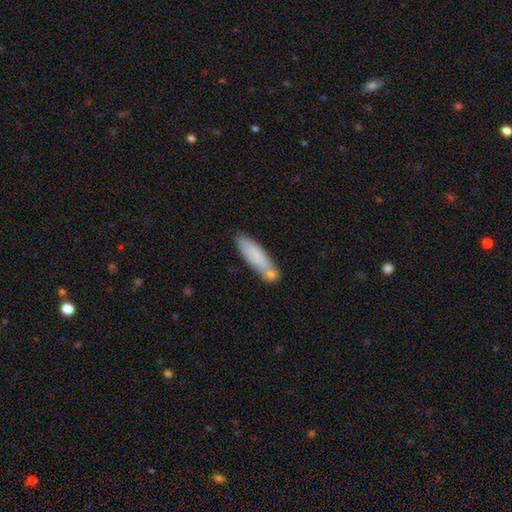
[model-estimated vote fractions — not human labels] Q: Smooth or featured?
A: smooth (77%); runner-up: featured or disk (16%)
Q: How rounded?
A: cigar-shaped (66%); runner-up: in between (32%)
Q: Merging?
A: none (62%); runner-up: merger (19%)